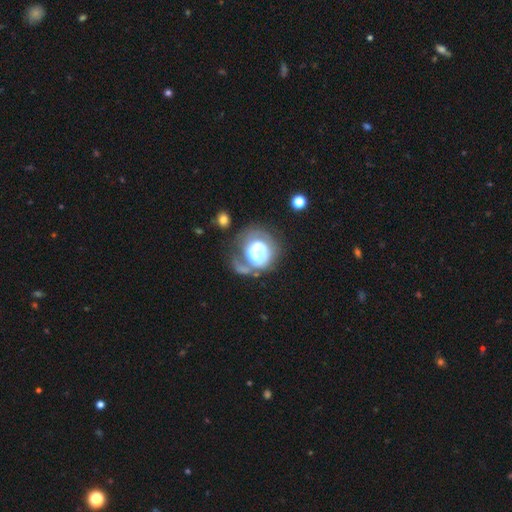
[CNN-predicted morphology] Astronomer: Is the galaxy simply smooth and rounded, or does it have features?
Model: featured or disk — 68%.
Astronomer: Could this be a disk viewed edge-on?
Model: no — 98%.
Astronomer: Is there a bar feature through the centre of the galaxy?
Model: no — 51% (runner-up: weak, 33%).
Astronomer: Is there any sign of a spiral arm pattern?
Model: yes — 67%.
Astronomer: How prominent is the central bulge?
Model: moderate — 44% (runner-up: large, 32%).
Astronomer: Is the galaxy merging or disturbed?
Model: major disturbance — 38% (runner-up: none, 33%).